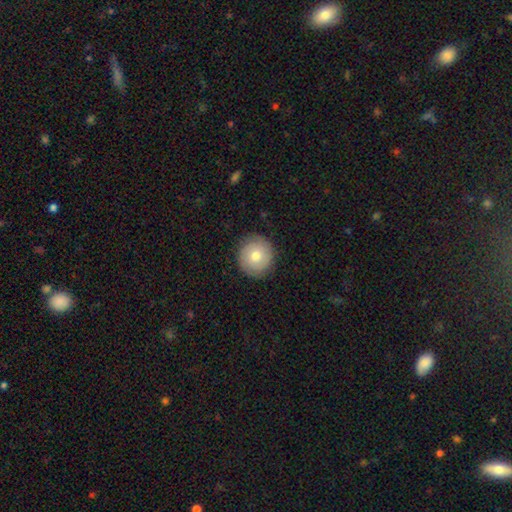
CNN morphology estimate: A smooth galaxy with no disk features (65%) that is round (92%). Merging: none (87%).